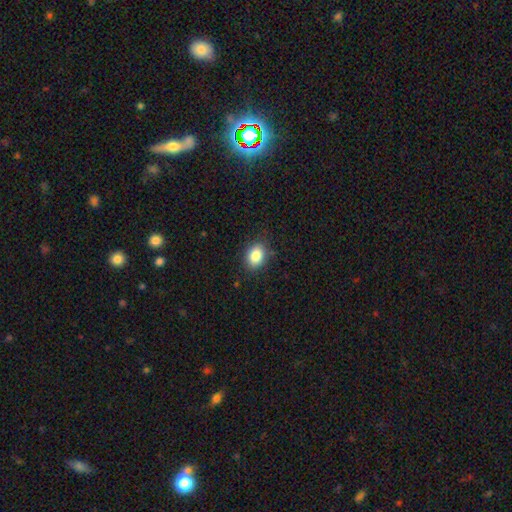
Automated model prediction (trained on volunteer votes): A smooth galaxy with no disk features (85%) that is in between round and cigar-shaped (67%). Merging: none (84%).